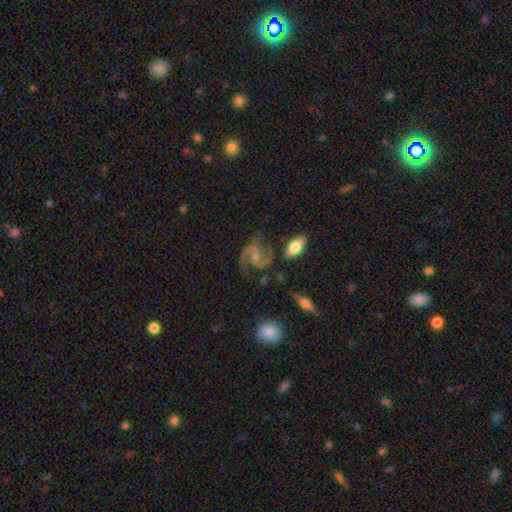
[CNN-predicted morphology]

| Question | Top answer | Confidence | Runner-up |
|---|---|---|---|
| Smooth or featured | featured or disk | 86% | smooth (8%) |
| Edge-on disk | no | 97% | yes (3%) |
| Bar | no | 50% | weak (40%) |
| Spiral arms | yes | 96% | no (4%) |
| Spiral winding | medium | 53% | loose (32%) |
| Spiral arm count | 2 | 91% | can't tell (3%) |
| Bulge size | small | 51% | moderate (37%) |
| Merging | none | 60% | minor disturbance (21%) |